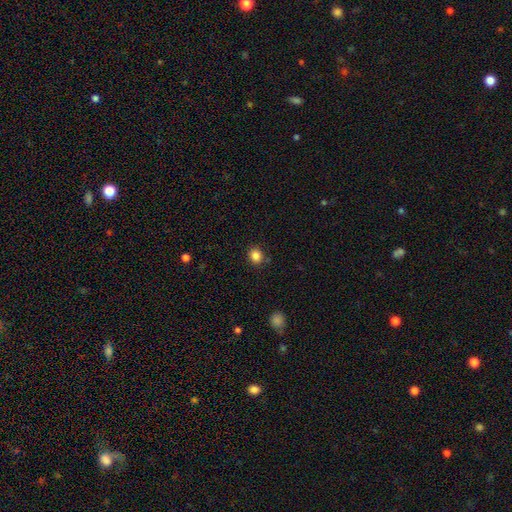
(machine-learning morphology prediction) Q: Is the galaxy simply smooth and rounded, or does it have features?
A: smooth — 85%.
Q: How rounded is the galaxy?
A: round — 77%.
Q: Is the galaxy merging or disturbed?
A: none — 86%.